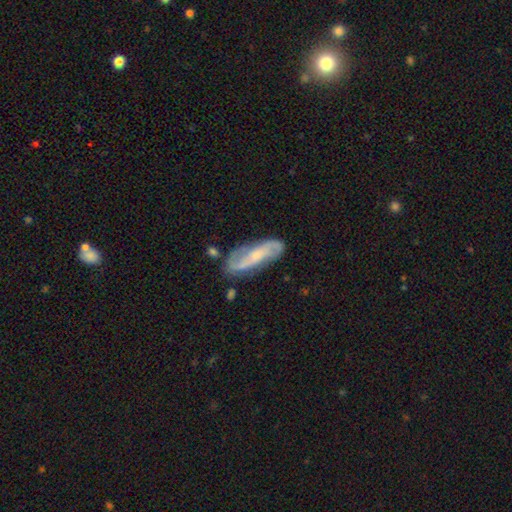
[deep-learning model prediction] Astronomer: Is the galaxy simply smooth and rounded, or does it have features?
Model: featured or disk — 74%.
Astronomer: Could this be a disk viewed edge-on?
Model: no — 85%.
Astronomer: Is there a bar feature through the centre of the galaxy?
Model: no — 40% (runner-up: weak, 35%).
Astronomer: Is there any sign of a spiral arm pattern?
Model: yes — 91%.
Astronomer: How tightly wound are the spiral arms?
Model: loose — 40% (runner-up: medium, 38%).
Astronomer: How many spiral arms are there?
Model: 2 — 82%.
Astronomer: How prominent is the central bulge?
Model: small — 61%.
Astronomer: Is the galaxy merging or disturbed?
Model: none — 74%.